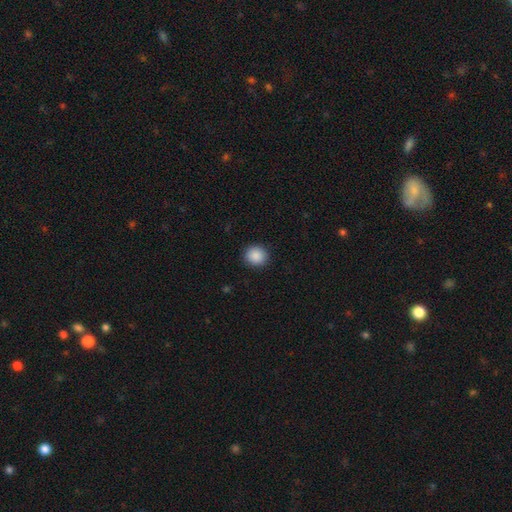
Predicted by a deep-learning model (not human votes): smooth_or_featured: smooth (p=0.89) [alt: star or artifact p=0.08]
how_rounded: round (p=0.86) [alt: in between p=0.13]
merging: none (p=0.91) [alt: minor disturbance p=0.06]